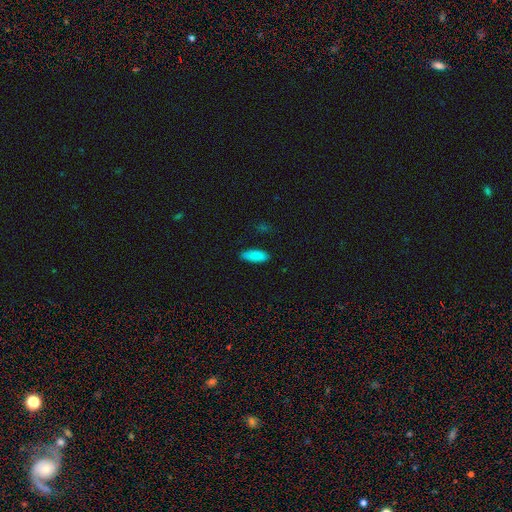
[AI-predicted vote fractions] The model was most divided on "how rounded": in between: 70%, cigar-shaped: 28%, round: 2%. More confident: smooth or featured — smooth (88%); merging — none (85%).